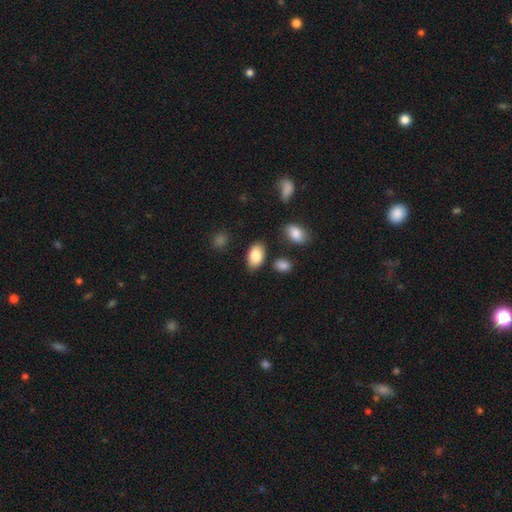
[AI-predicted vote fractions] Q: Smooth or featured?
A: smooth (85%); runner-up: featured or disk (8%)
Q: How rounded?
A: in between (92%); runner-up: round (7%)
Q: Merging?
A: none (82%); runner-up: minor disturbance (12%)